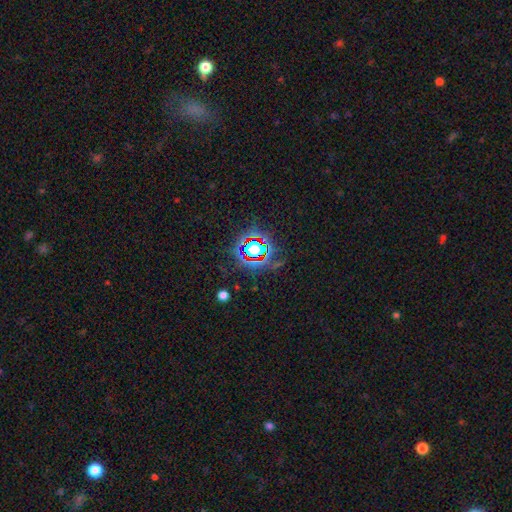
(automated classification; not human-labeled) This appears to be a star or artifact, not a galaxy (77%).